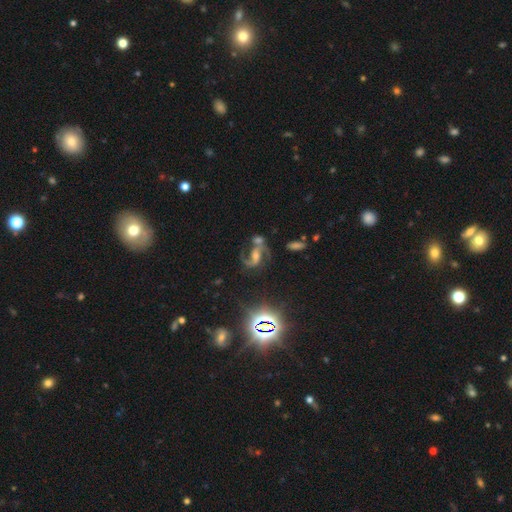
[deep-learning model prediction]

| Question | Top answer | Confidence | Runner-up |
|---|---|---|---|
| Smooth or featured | featured or disk | 75% | star or artifact (18%) |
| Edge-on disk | no | 96% | yes (4%) |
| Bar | strong | 36% | weak (35%) |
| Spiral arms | yes | 95% | no (5%) |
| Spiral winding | medium | 45% | loose (44%) |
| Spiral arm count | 2 | 88% | 1 (6%) |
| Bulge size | moderate | 55% | small (31%) |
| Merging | none | 49% | merger (24%) |